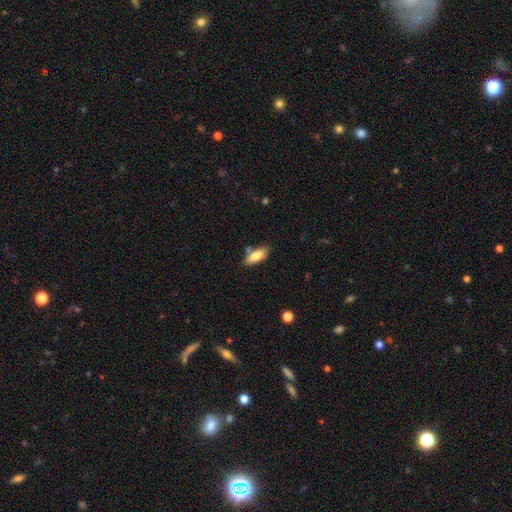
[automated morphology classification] smooth-or-featured: smooth: 80% | featured or disk: 14% | star or artifact: 7%
  how-rounded: in between: 76% | cigar-shaped: 22% | round: 2%
  merging: none: 72% | minor disturbance: 16% | merger: 9% | major disturbance: 3%